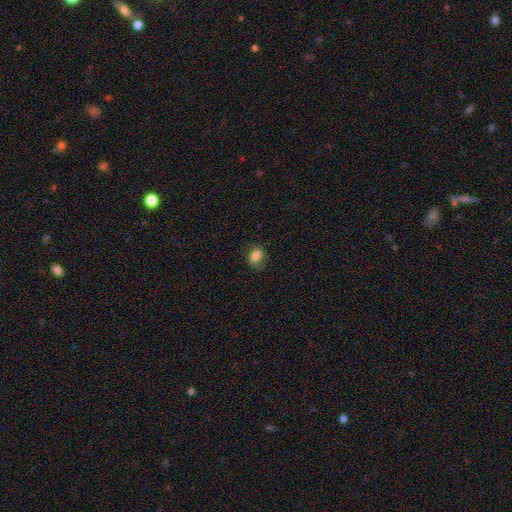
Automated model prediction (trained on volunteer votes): smooth-or-featured: smooth: 78% | featured or disk: 12% | star or artifact: 10%
  how-rounded: in between: 64% | round: 35% | cigar-shaped: 1%
  merging: none: 63% | minor disturbance: 24% | major disturbance: 12% | merger: 1%